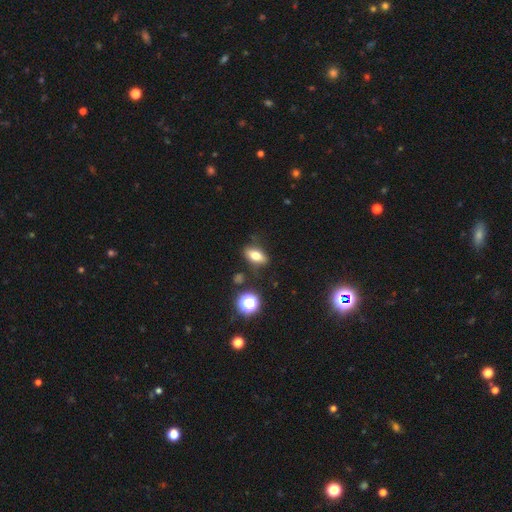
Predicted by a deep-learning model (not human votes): Smooth or featured?
  - smooth: 70% *
  - featured or disk: 18%
  - star or artifact: 12%
How rounded?
  - in between: 77% *
  - cigar-shaped: 14%
  - round: 10%
Merging?
  - none: 79% *
  - minor disturbance: 13%
  - major disturbance: 4%
  - merger: 4%